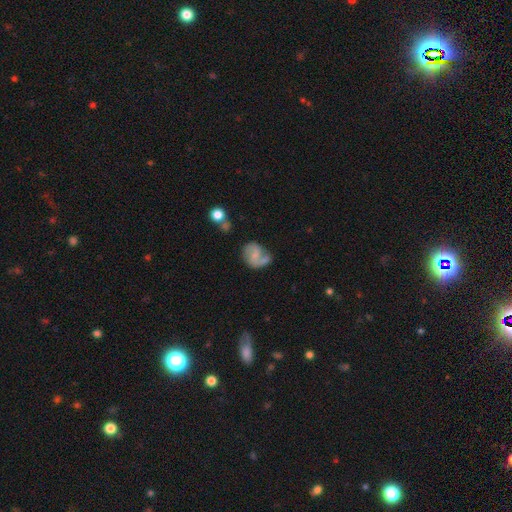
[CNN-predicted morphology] The model was most divided on "bar": no: 48%, weak: 41%, strong: 10%. Remaining: edge-on disk — no (97%); spiral arms — yes (82%); smooth or featured — featured or disk (58%); bulge size — small (54%); merging — none (45%).